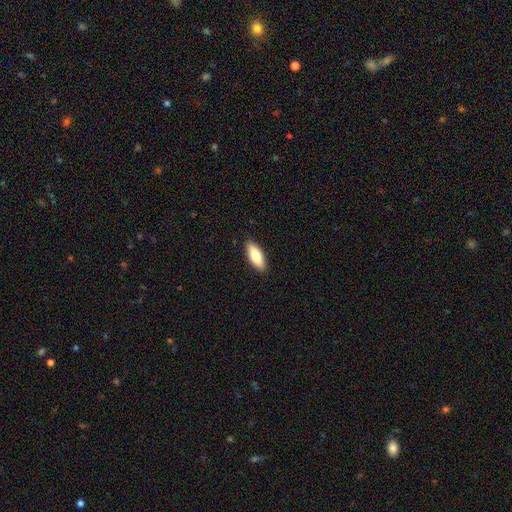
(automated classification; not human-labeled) smooth 75%, featured or disk 19%, star or artifact 6%. Down the decision tree: how rounded — in between (68%); merging — none (90%).